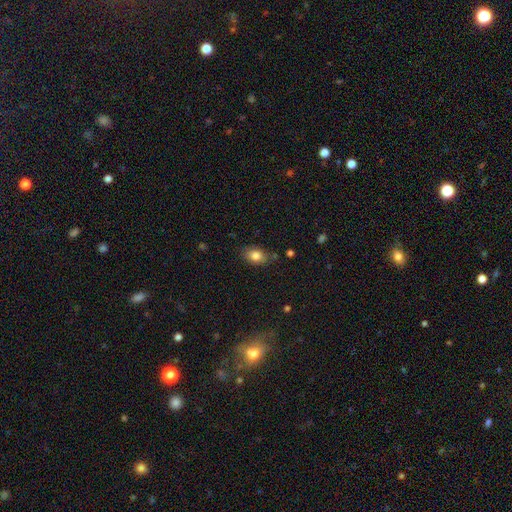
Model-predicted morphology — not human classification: A smooth galaxy with no disk features (82%) that is in between round and cigar-shaped (81%).

Vote fractions:
- Smooth or featured? smooth: 82% / star or artifact: 9% / featured or disk: 9%
- How rounded? in between: 81% / round: 18% / cigar-shaped: 2%
- Merging? none: 80% / minor disturbance: 14% / major disturbance: 3% / merger: 2%